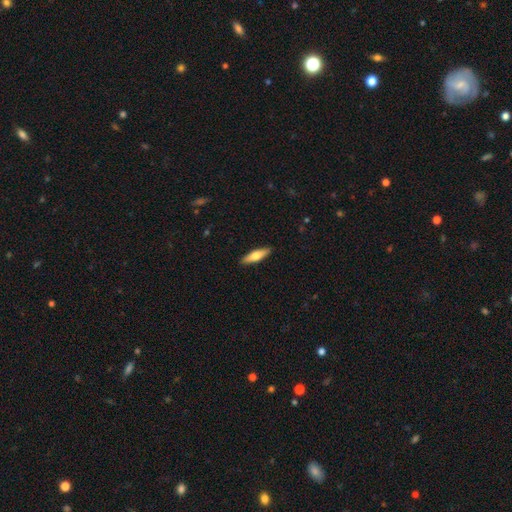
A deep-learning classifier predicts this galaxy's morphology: Smooth or featured? smooth (57%)
How rounded? cigar-shaped (62%)
Merging? none (90%)